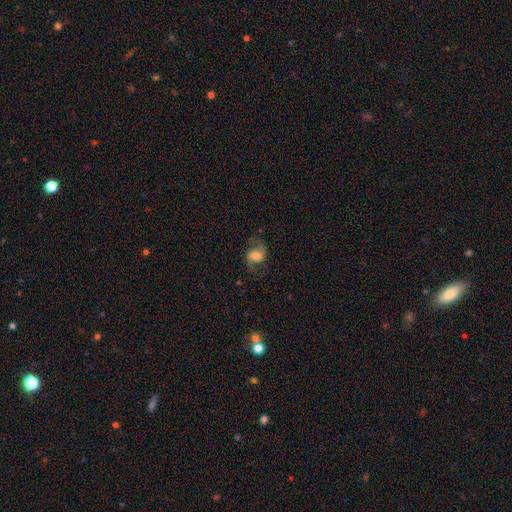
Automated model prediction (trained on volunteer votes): Smooth or featured? Predicted: featured or disk (p=0.73). Edge-on disk? Predicted: no (p=0.97). Bar? Predicted: weak (p=0.44). Spiral arms? Predicted: yes (p=0.94). Spiral winding? Predicted: loose (p=0.56). Spiral arm count? Predicted: 2 (p=0.92). Bulge size? Predicted: moderate (p=0.43). Merging? Predicted: none (p=0.73).